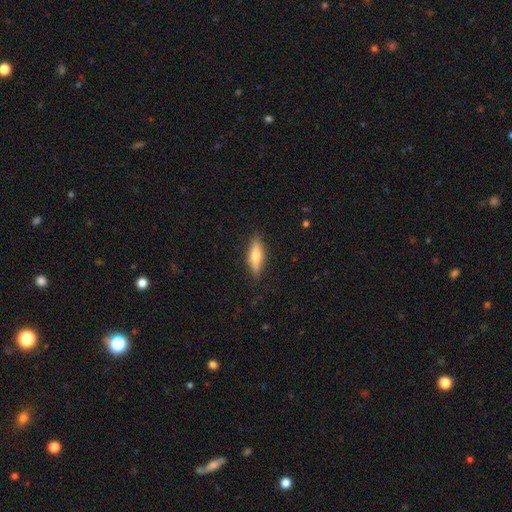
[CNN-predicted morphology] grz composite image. It shows a smooth galaxy with no disk features (52%) that is cigar-shaped (66%). Merging: none (87%).